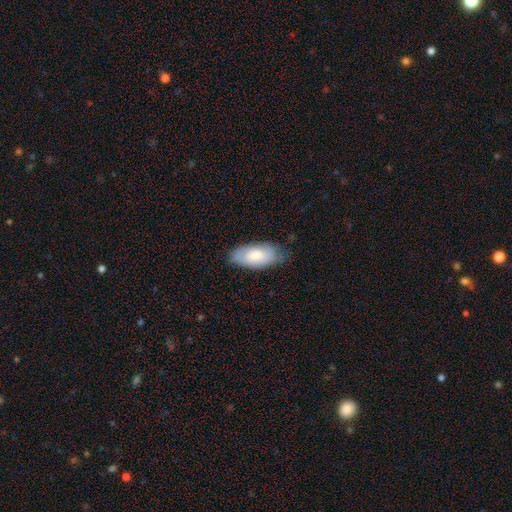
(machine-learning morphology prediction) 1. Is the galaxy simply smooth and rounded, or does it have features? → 75% smooth, 19% featured or disk, 6% star or artifact.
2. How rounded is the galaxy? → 91% in between, 6% cigar-shaped, 2% round.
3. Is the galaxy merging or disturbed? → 69% none, 25% minor disturbance, 5% major disturbance, 1% merger.